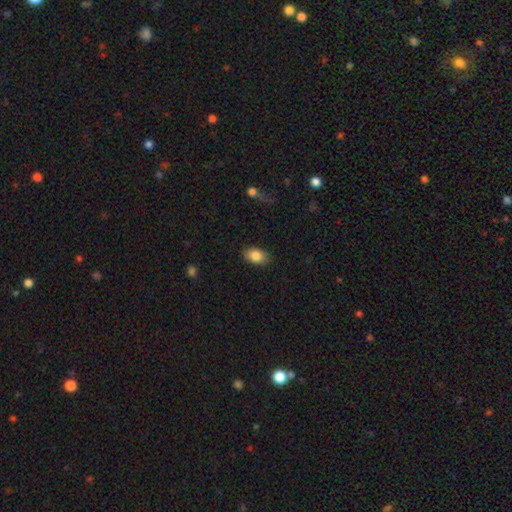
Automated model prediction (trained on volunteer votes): smooth 85%, featured or disk 8%, star or artifact 7%. Down the decision tree: how rounded — in between (90%); merging — none (85%).